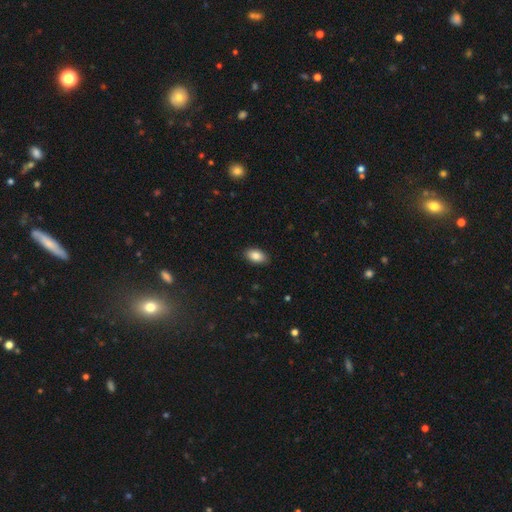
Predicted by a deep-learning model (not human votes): smooth_or_featured: smooth (p=0.87) [alt: star or artifact p=0.08]
how_rounded: in between (p=0.93) [alt: round p=0.05]
merging: none (p=0.89) [alt: minor disturbance p=0.09]